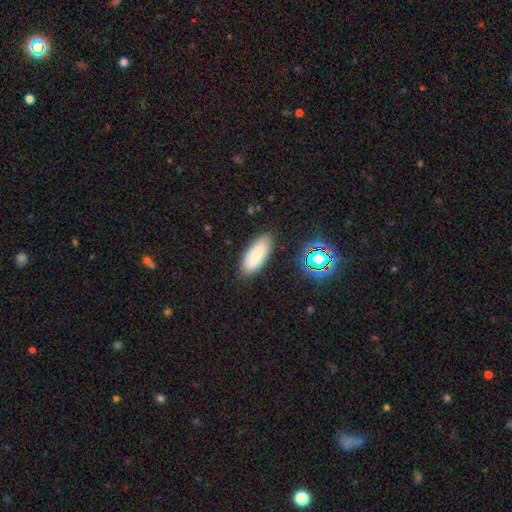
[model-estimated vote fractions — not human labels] A smooth galaxy with no disk features (73%) that is in between round and cigar-shaped (84%).

Vote fractions:
- Smooth or featured? smooth: 73% / featured or disk: 17% / star or artifact: 10%
- How rounded? in between: 84% / cigar-shaped: 14% / round: 2%
- Merging? none: 83% / minor disturbance: 12% / major disturbance: 3% / merger: 2%